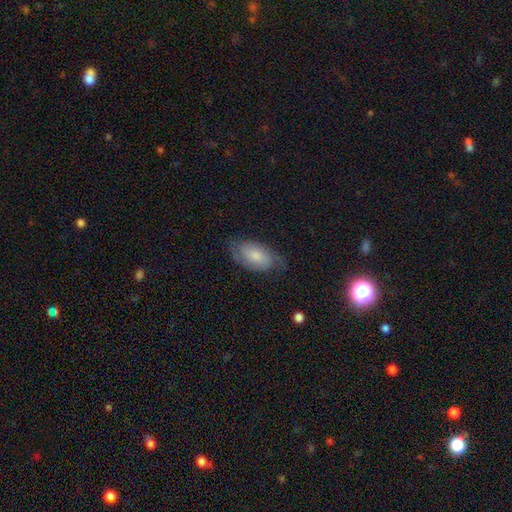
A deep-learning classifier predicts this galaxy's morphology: Q: Smooth or featured?
A: featured or disk (55%); runner-up: smooth (38%)
Q: Edge-on disk?
A: no (94%); runner-up: yes (6%)
Q: Bar?
A: no (67%); runner-up: weak (27%)
Q: Spiral arms?
A: yes (88%); runner-up: no (12%)
Q: Bulge size?
A: moderate (41%); runner-up: small (37%)
Q: Merging?
A: none (68%); runner-up: minor disturbance (23%)